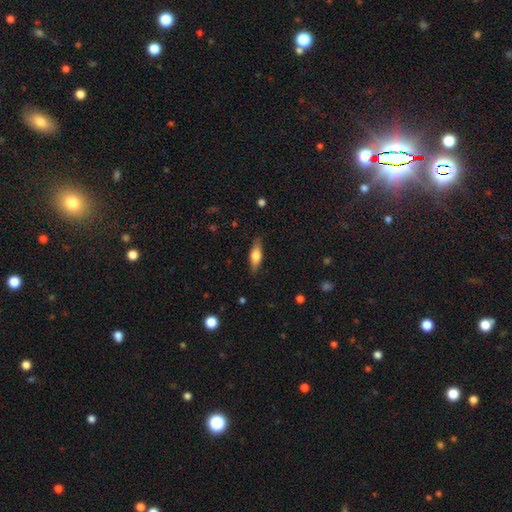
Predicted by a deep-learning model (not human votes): This is possibly a smooth galaxy (59%). How rounded: possibly in between (52%). Merging: clearly none (85%).